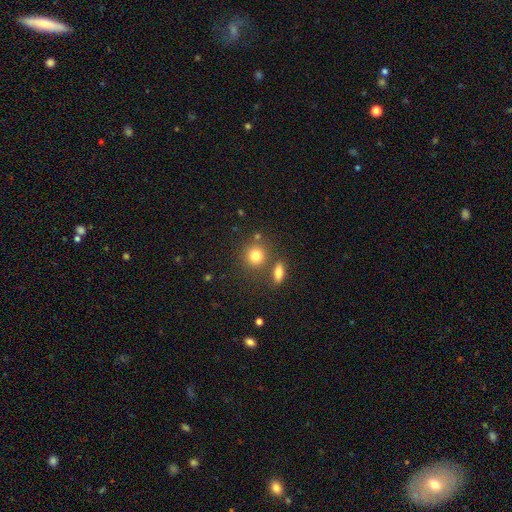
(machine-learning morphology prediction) smooth 80%, star or artifact 11%, featured or disk 9%. Down the decision tree: how rounded — round (85%); merging — none (73%).